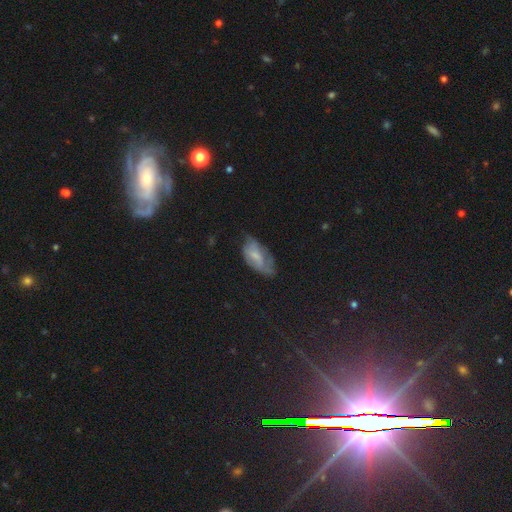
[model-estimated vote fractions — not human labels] Smooth or featured? Predicted: smooth (p=0.51). How rounded? Predicted: in between (p=0.91). Merging? Predicted: none (p=0.45).